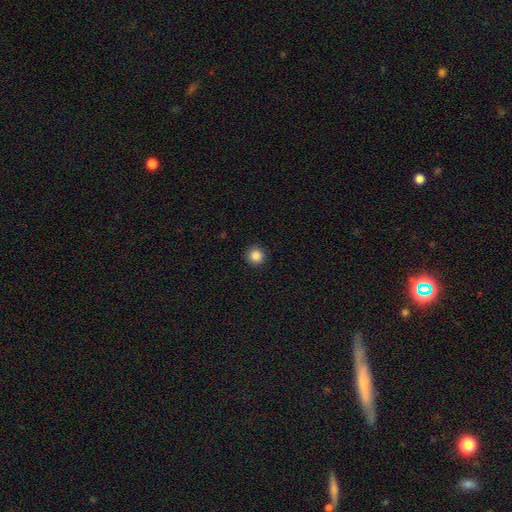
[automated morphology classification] type=smooth (86%); roundness=round (95%); merging=none (93%).